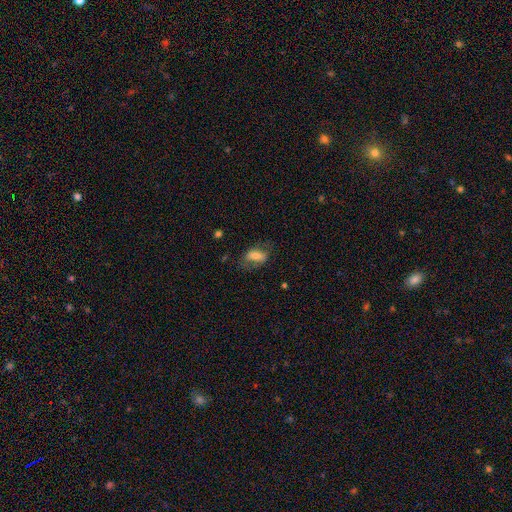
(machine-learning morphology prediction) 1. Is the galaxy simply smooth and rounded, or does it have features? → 64% smooth, 28% featured or disk, 8% star or artifact.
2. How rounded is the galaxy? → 87% in between, 8% round, 5% cigar-shaped.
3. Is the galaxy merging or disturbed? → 57% none, 23% minor disturbance, 19% major disturbance, 2% merger.